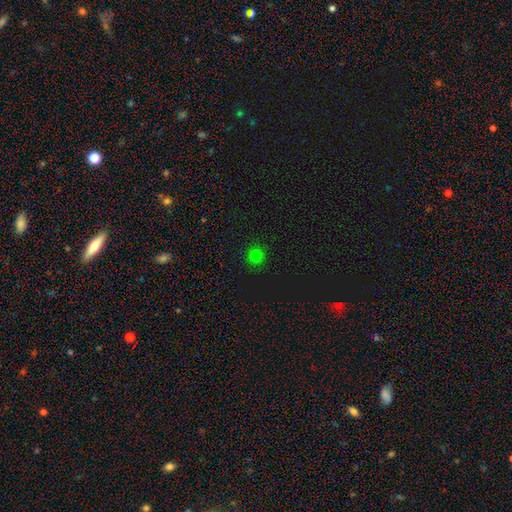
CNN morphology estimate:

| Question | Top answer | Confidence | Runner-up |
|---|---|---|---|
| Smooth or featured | smooth | 76% | star or artifact (19%) |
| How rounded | round | 95% | in between (4%) |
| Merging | none | 92% | minor disturbance (5%) |